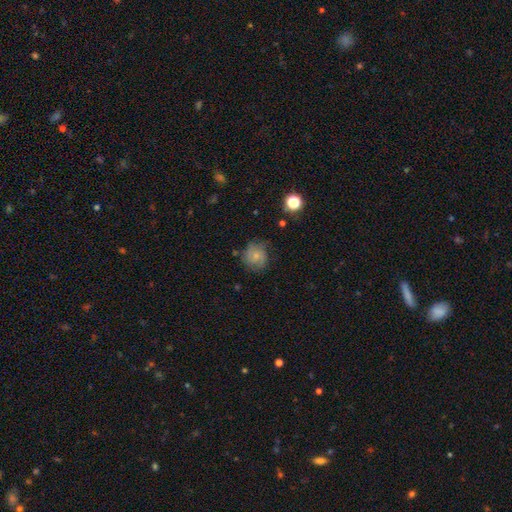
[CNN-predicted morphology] A smooth galaxy with no disk features (60%) that is round (85%).

Vote fractions:
- Smooth or featured? smooth: 60% / featured or disk: 30% / star or artifact: 10%
- How rounded? round: 85% / in between: 14% / cigar-shaped: 1%
- Merging? none: 68% / minor disturbance: 23% / major disturbance: 7% / merger: 2%